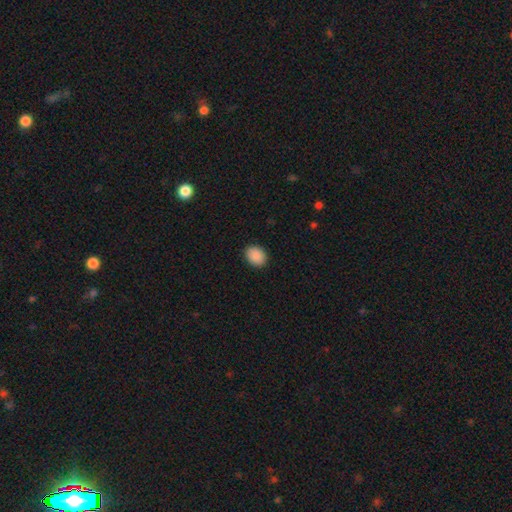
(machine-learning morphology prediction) A smooth galaxy with no disk features (90%) that is in between round and cigar-shaped (59%). Merging: none (89%).